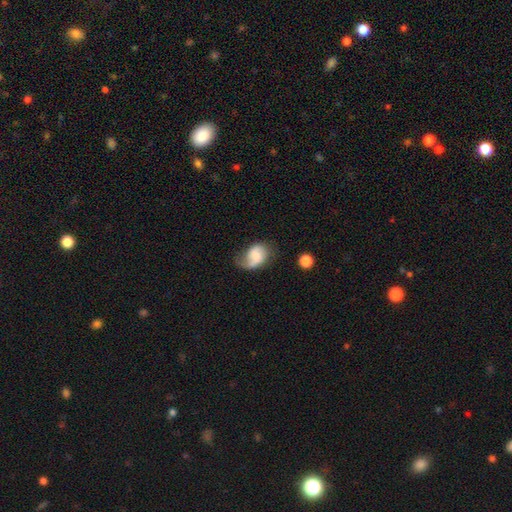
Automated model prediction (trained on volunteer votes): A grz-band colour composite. It shows a featured or disk galaxy (59%) with no bar (49%), 2 (55%) loose (49%) spiral arms (90%) and a small central bulge (35%). Merging: none (45%).